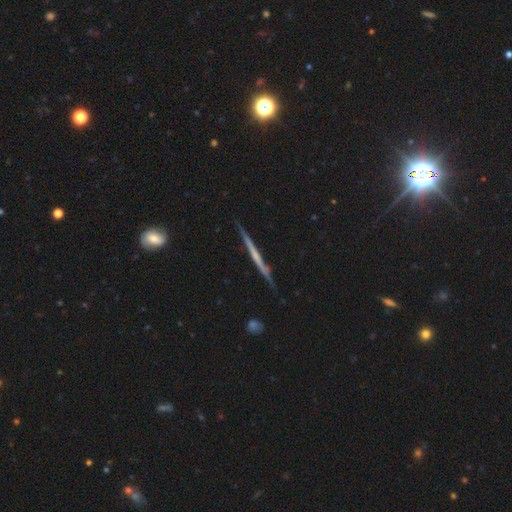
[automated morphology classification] featured or disk 65%, smooth 29%, star or artifact 6%. Down the decision tree: edge-on disk — yes (97%); edge-on bulge — none (77%); merging — none (84%).